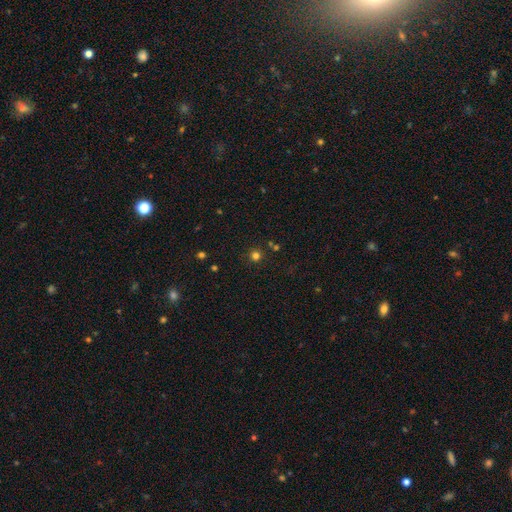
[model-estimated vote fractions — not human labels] smooth 74%, star or artifact 21%, featured or disk 5%. Down the decision tree: how rounded — round (94%); merging — none (87%).